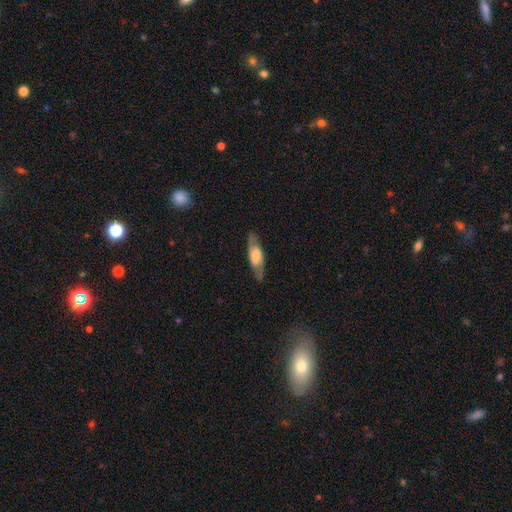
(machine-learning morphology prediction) Smooth or featured: featured or disk — 49% (smooth — 45%)
Merging: none — 82% (minor disturbance — 13%)